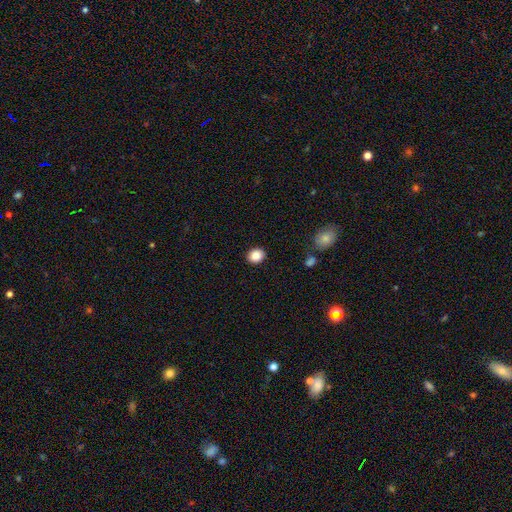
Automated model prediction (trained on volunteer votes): A smooth galaxy with no disk features (88%) that is round (65%). Merging: none (90%).